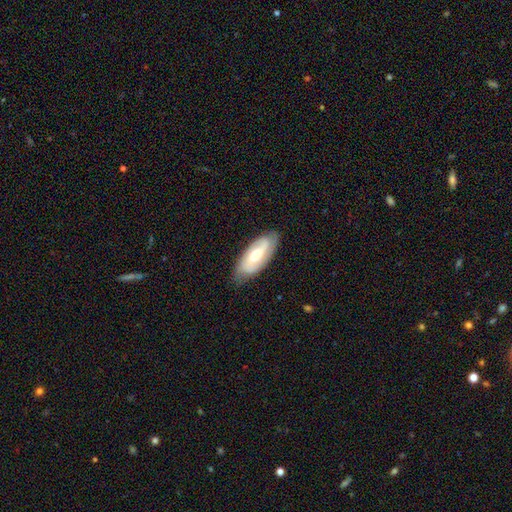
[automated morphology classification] A featured or disk galaxy (67%) with a weak bar (43%), 2 (78%) medium (43%) spiral arms (87%) and a moderate central bulge (62%).

Vote fractions:
- Smooth or featured? featured or disk: 67% / smooth: 28% / star or artifact: 5%
- Edge-on disk? no: 90% / yes: 10%
- Bar? weak: 43% / no: 39% / strong: 19%
- Spiral arms? yes: 87% / no: 13%
- Spiral winding? medium: 43% / tight: 33% / loose: 24%
- Spiral arm count? 2: 78% / can't tell: 13% / 1: 4% / 3: 2% / 4: 1% / more than 4: 1%
- Bulge size? moderate: 62% / small: 27% / large: 8% / none: 2% / dominant: 1%
- Merging? none: 79% / minor disturbance: 16% / major disturbance: 4% / merger: 1%